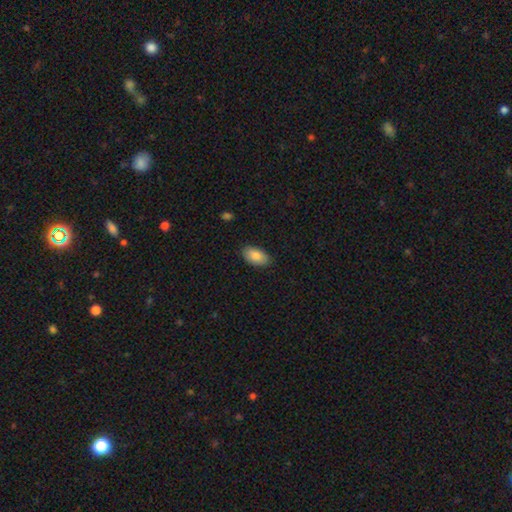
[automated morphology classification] A smooth galaxy with no disk features (87%) that is in between round and cigar-shaped (95%).

Vote fractions:
- Smooth or featured? smooth: 87% / featured or disk: 7% / star or artifact: 6%
- How rounded? in between: 95% / round: 4% / cigar-shaped: 2%
- Merging? none: 87% / minor disturbance: 10% / major disturbance: 2% / merger: 1%